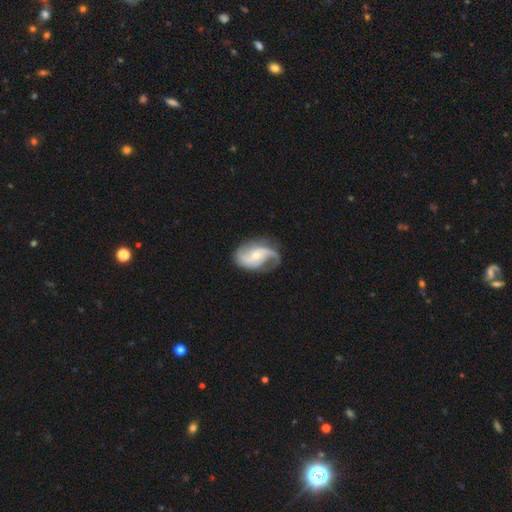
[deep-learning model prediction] Q: Smooth or featured?
A: featured or disk (86%); runner-up: smooth (9%)
Q: Edge-on disk?
A: no (97%); runner-up: yes (3%)
Q: Bar?
A: no (50%); runner-up: weak (38%)
Q: Spiral arms?
A: yes (96%); runner-up: no (4%)
Q: Spiral winding?
A: loose (49%); runner-up: medium (38%)
Q: Spiral arm count?
A: 2 (78%); runner-up: 1 (10%)
Q: Bulge size?
A: moderate (48%); tied with: small (48%)
Q: Merging?
A: none (60%); runner-up: minor disturbance (23%)